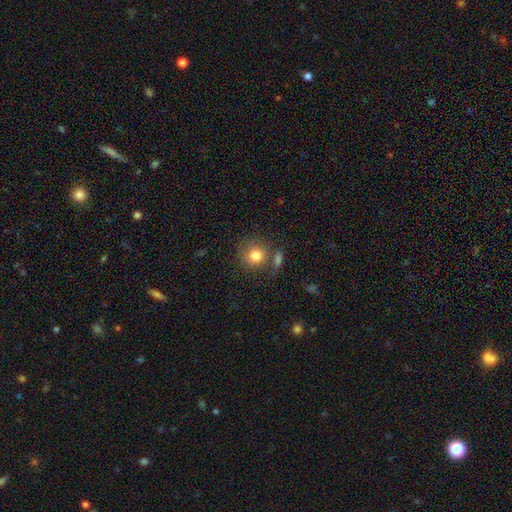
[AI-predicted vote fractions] Smooth or featured: smooth — 81% (featured or disk — 10%)
How rounded: round — 88% (in between — 11%)
Merging: none — 69% (merger — 13%)